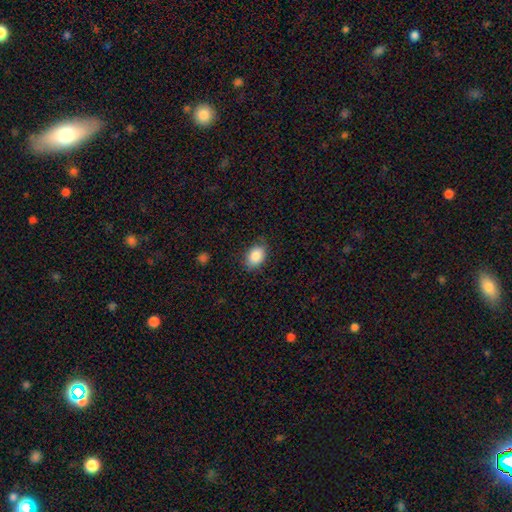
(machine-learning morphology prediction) The model was most divided on "how rounded": in between: 80%, round: 19%, cigar-shaped: 1%. More confident: smooth or featured — smooth (87%); merging — none (79%).